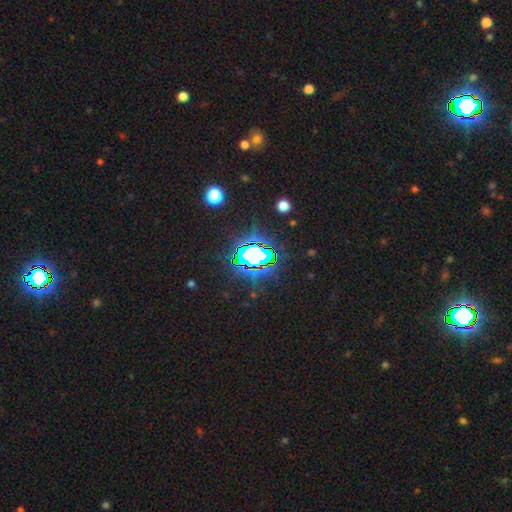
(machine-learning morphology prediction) The model was most divided on "smooth or featured": star or artifact: 81%, smooth: 11%, featured or disk: 8%.